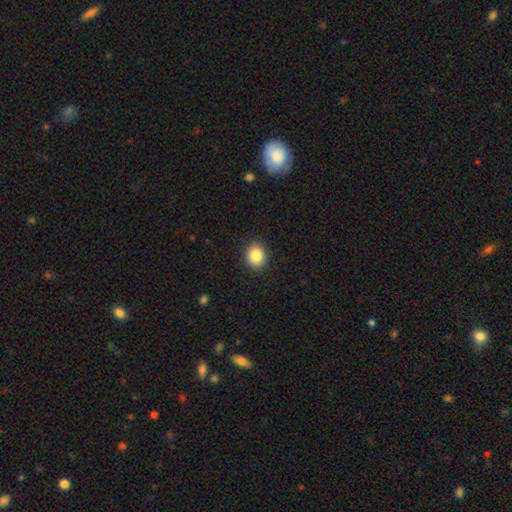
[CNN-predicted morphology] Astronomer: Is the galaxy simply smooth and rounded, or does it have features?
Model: smooth — 86%.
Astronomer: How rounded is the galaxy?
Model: round — 65%.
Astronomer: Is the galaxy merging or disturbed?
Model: none — 90%.